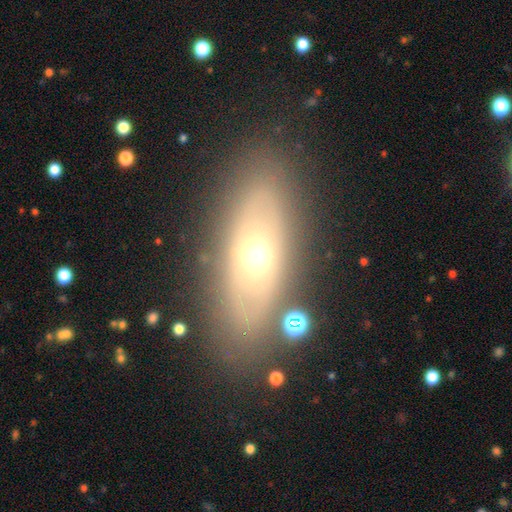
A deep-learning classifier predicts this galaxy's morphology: This is possibly a smooth galaxy (46%). Merging: clearly none (83%).